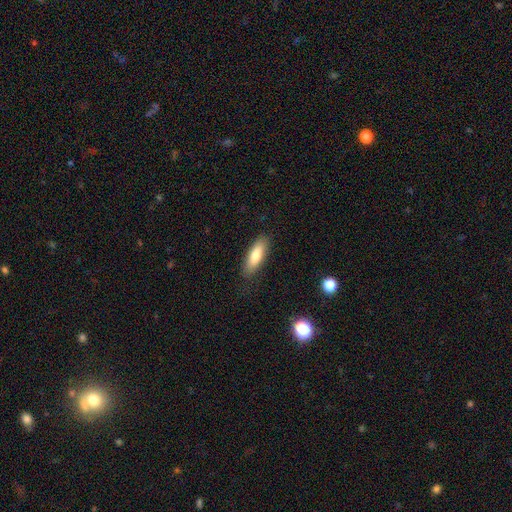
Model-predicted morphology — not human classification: Smooth or featured: smooth — 75% (featured or disk — 19%)
How rounded: in between — 57% (cigar-shaped — 41%)
Merging: none — 85% (minor disturbance — 11%)